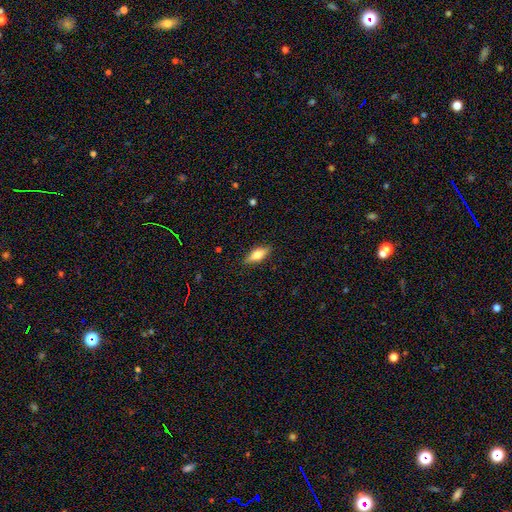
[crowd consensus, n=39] Overall: smooth (67%; featured or disk 31%). How rounded: in between (77%). Merging: none (87%).